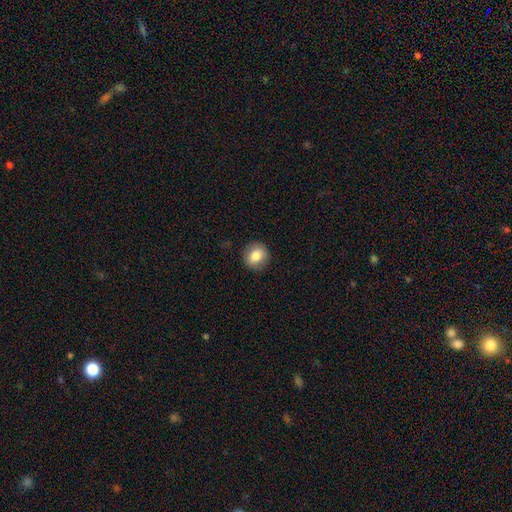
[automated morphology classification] smooth_or_featured: smooth (p=0.83) [alt: featured or disk p=0.09]
how_rounded: round (p=0.85) [alt: in between p=0.14]
merging: none (p=0.89) [alt: minor disturbance p=0.08]